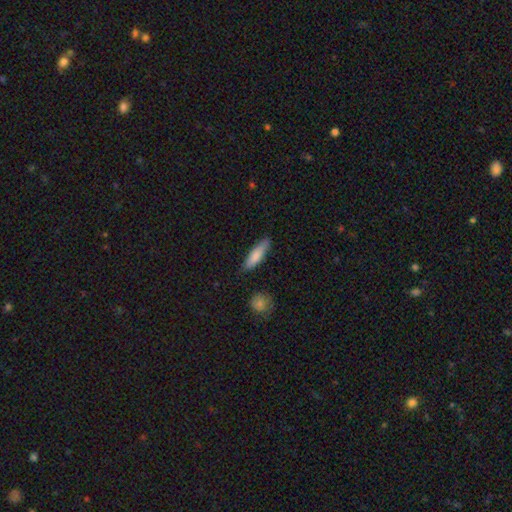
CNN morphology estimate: Smooth or featured: smooth — 82% (featured or disk — 13%)
How rounded: cigar-shaped — 65% (in between — 33%)
Merging: none — 80% (minor disturbance — 15%)